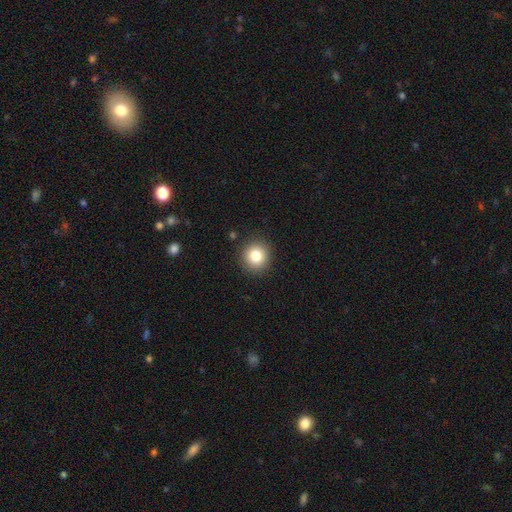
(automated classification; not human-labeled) Smooth or featured: smooth — 81% (star or artifact — 11%)
How rounded: round — 93% (in between — 6%)
Merging: none — 91% (minor disturbance — 6%)